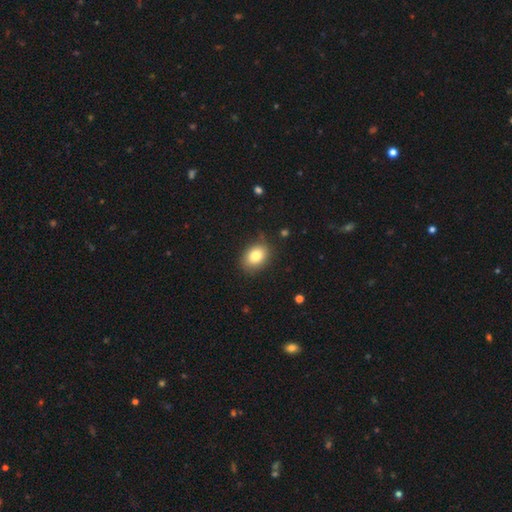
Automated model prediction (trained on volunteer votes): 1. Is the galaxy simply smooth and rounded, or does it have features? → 82% smooth, 9% featured or disk, 9% star or artifact.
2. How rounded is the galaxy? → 72% in between, 27% round, 1% cigar-shaped.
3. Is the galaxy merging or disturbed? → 82% none, 13% minor disturbance, 3% major disturbance, 1% merger.